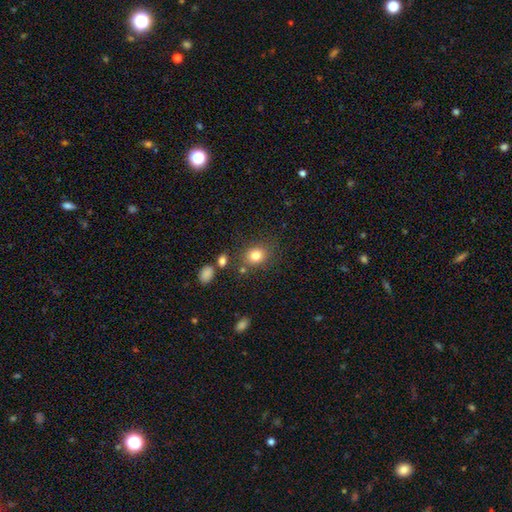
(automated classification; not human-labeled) Smooth or featured? smooth (81%)
How rounded? round (63%)
Merging? none (76%)